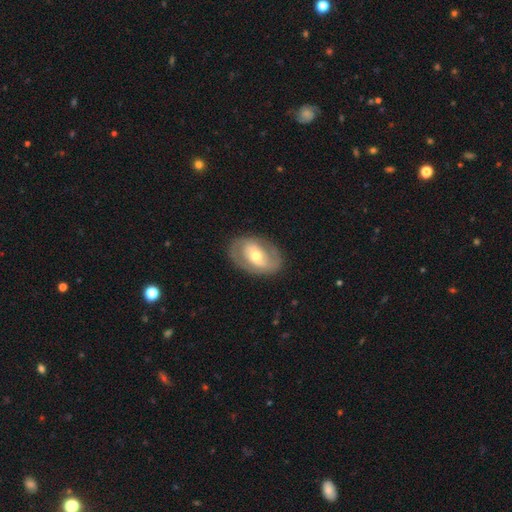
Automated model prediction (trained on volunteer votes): Smooth or featured?
  - featured or disk: 68% *
  - smooth: 27%
  - star or artifact: 5%
Edge-on disk?
  - no: 95% *
  - yes: 5%
Bar?
  - no: 42% *
  - weak: 38%
  - strong: 20%
Spiral arms?
  - yes: 69% *
  - no: 31%
Bulge size?
  - moderate: 67% *
  - small: 24%
  - large: 7%
  - dominant: 1%
  - none: 1%
Merging?
  - none: 80% *
  - minor disturbance: 13%
  - major disturbance: 5%
  - merger: 1%